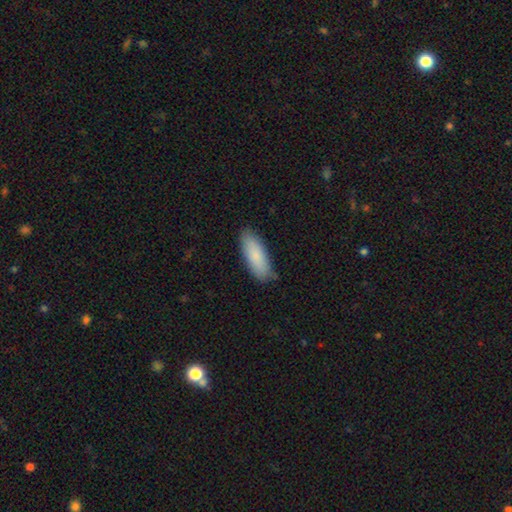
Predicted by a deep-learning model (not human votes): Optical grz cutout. It shows a smooth galaxy with no disk features (86%) that is in between round and cigar-shaped (66%). Merging: none (84%).